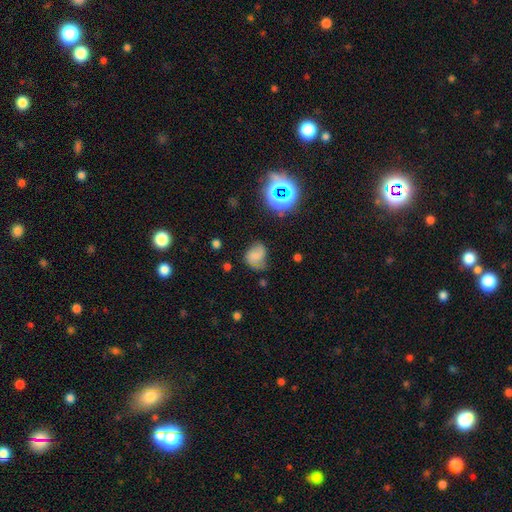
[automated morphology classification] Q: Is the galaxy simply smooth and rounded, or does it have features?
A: smooth — 61%.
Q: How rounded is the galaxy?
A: round — 51%.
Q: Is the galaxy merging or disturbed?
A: none — 48%.